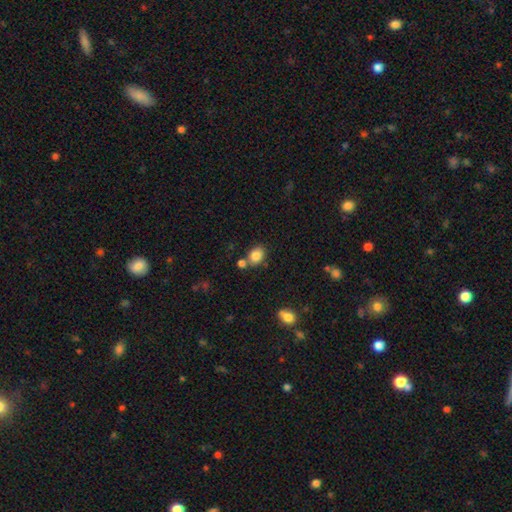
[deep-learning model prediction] smooth_or_featured: smooth (p=0.84) [alt: star or artifact p=0.09]
how_rounded: in between (p=0.64) [alt: round p=0.35]
merging: none (p=0.67) [alt: merger p=0.18]